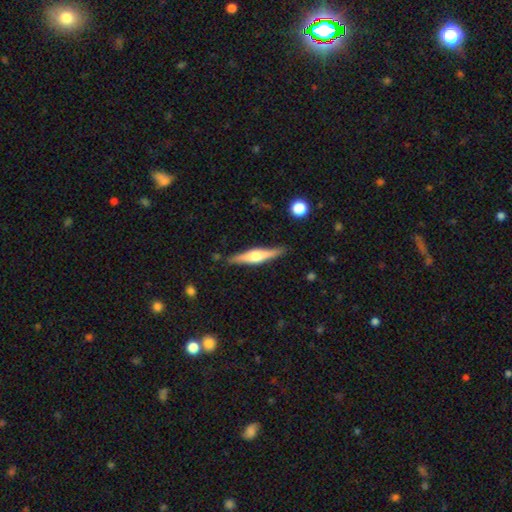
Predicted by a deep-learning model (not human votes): featured or disk 66%, smooth 28%, star or artifact 5%. Down the decision tree: edge-on disk — yes (97%); edge-on bulge — rounded (89%); merging — none (87%).